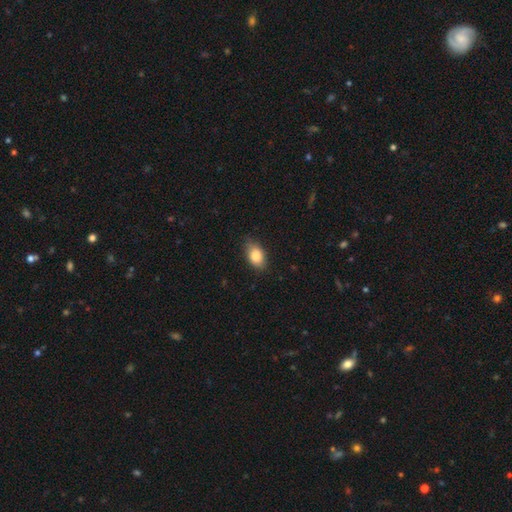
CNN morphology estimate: smooth-or-featured: smooth: 85% | featured or disk: 8% | star or artifact: 7%
  how-rounded: in between: 87% | round: 11% | cigar-shaped: 3%
  merging: none: 78% | minor disturbance: 18% | major disturbance: 3% | merger: 1%